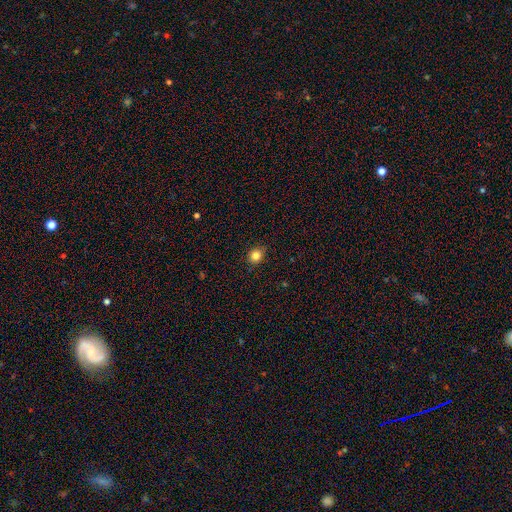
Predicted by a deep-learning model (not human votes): smooth 83%, star or artifact 12%, featured or disk 5%. Down the decision tree: how rounded — round (77%); merging — none (87%).